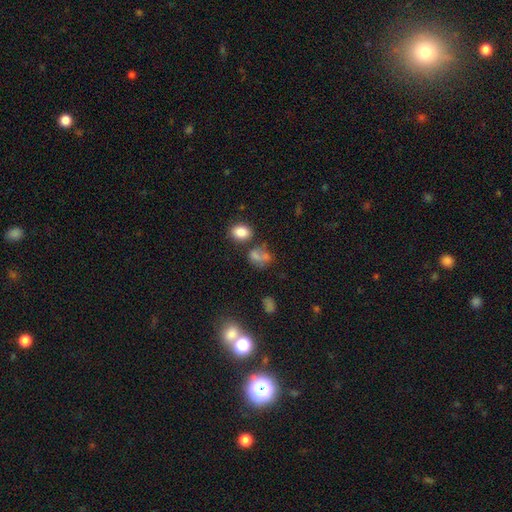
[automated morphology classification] smooth-or-featured: smooth: 67% | star or artifact: 18% | featured or disk: 15%
  how-rounded: in between: 60% | round: 38% | cigar-shaped: 2%
  merging: none: 41% | merger: 28% | minor disturbance: 18% | major disturbance: 13%